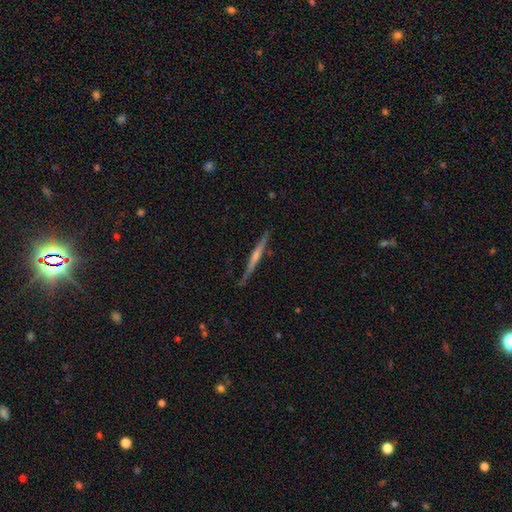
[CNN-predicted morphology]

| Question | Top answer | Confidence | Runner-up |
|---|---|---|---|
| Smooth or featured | featured or disk | 70% | smooth (25%) |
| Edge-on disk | yes | 98% | no (2%) |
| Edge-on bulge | rounded | 52% | none (38%) |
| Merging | none | 86% | minor disturbance (10%) |